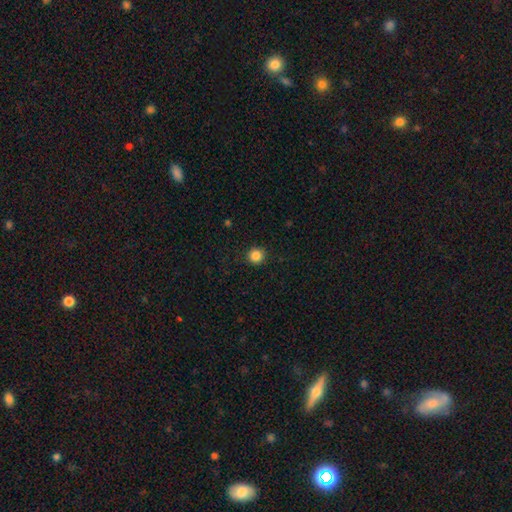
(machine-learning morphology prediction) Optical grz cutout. It shows a smooth galaxy with no disk features (85%) that is round (95%). Merging: none (91%).